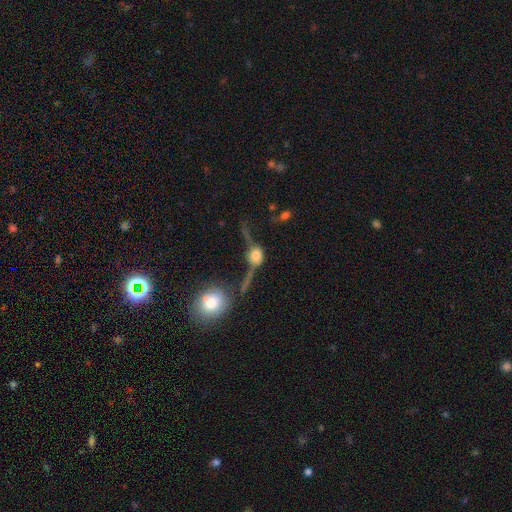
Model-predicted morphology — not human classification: featured or disk 51%, smooth 35%, star or artifact 13%. Down the decision tree: edge-on disk — yes (74%); merging — none (42%).